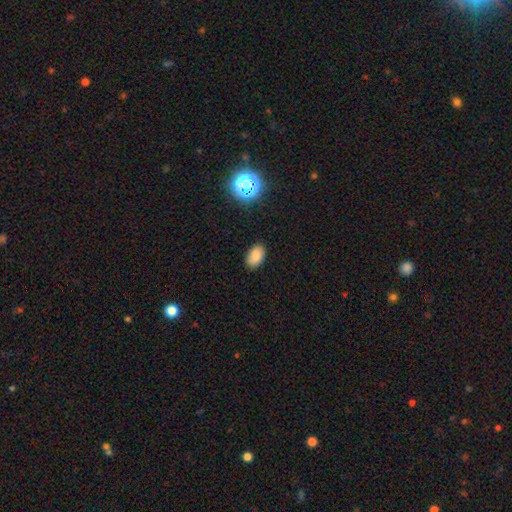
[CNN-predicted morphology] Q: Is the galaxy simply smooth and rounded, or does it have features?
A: smooth — 81%.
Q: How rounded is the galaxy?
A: in between — 90%.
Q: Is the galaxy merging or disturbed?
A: none — 85%.